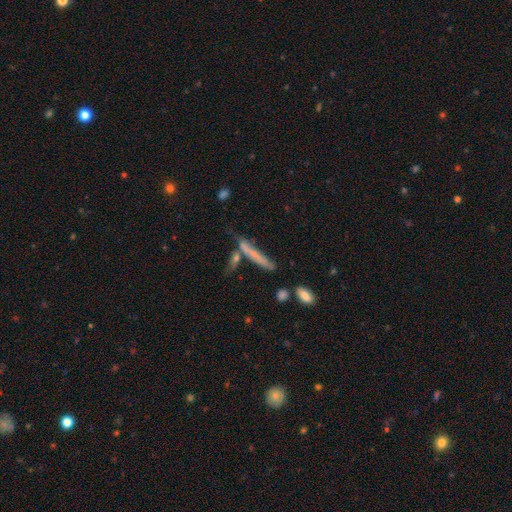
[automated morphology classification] This appears to be a smooth galaxy with no disk features (53%) that is cigar-shaped (91%). Merging: none (55%).